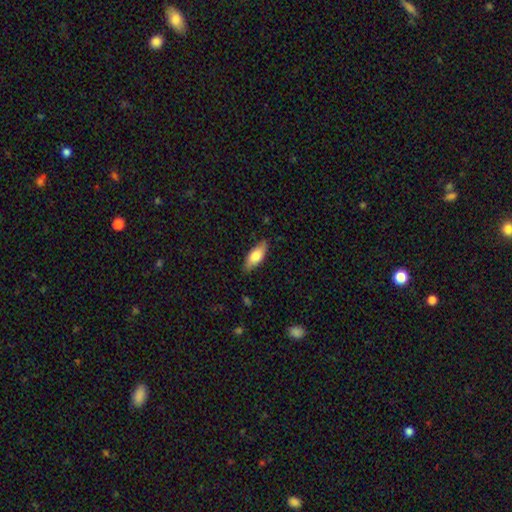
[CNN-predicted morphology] type=smooth (76%); roundness=in between (76%); merging=none (83%).